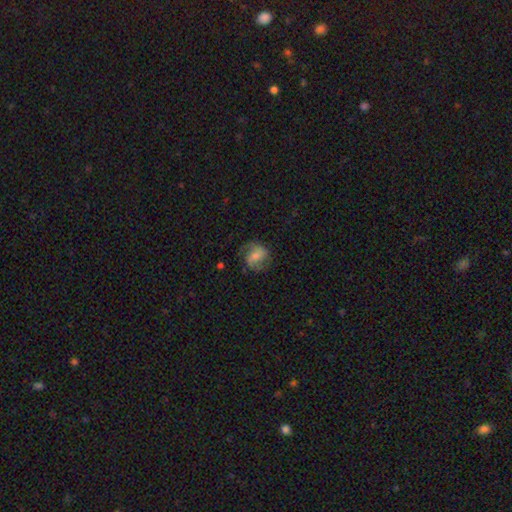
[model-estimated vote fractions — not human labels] smooth-or-featured: featured or disk: 61% | smooth: 31% | star or artifact: 8%
  disk-edge-on: no: 97% | yes: 3%
    bar: weak: 45% | no: 31% | strong: 25%
    has-spiral-arms: yes: 88% | no: 12%
      spiral-winding: medium: 46% | loose: 33% | tight: 21%
      spiral-arm-count: 2: 81% | can't tell: 9% | 1: 6% | 3: 2% | 4: 1% | more than 4: 1%
    bulge-size: small: 44% | moderate: 42% | none: 8% | large: 6% | dominant: 1%
  merging: none: 67% | minor disturbance: 19% | major disturbance: 12% | merger: 1%